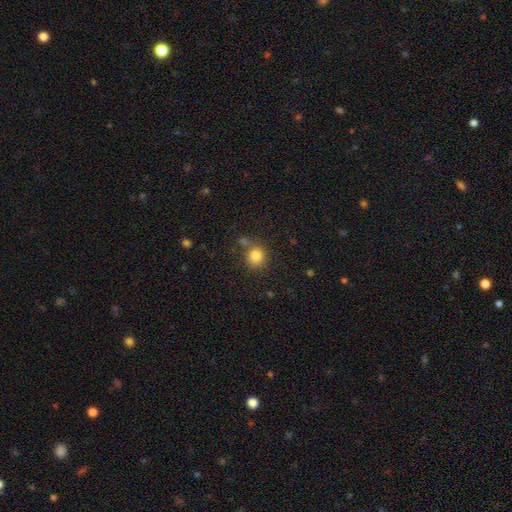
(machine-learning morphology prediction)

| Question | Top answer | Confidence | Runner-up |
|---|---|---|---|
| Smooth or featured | smooth | 83% | star or artifact (11%) |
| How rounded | round | 85% | in between (14%) |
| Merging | none | 74% | minor disturbance (12%) |